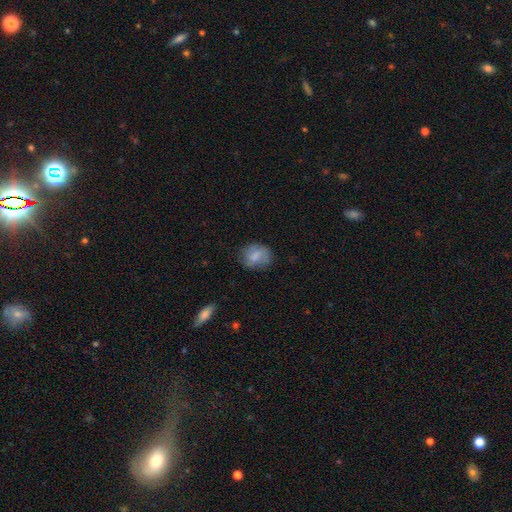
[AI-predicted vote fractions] Smooth or featured? smooth (70%)
How rounded? round (56%)
Merging? none (67%)